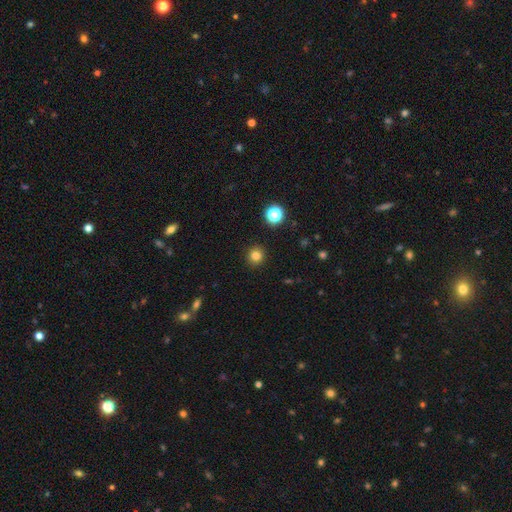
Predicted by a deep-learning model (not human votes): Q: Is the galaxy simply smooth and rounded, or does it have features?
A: smooth — 81%.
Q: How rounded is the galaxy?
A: round — 92%.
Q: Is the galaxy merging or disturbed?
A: none — 92%.